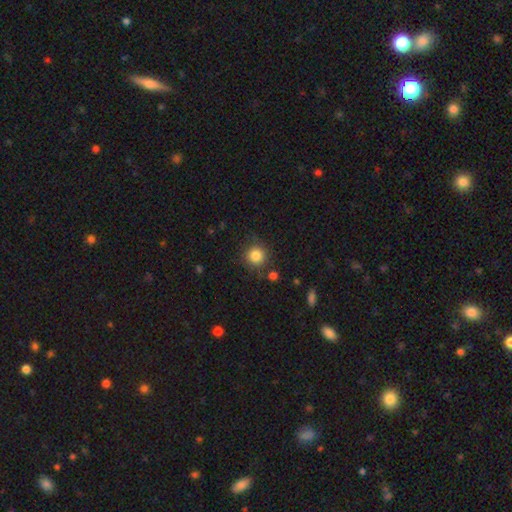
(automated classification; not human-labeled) A smooth galaxy with no disk features (84%) that is round (93%). Merging: none (84%).